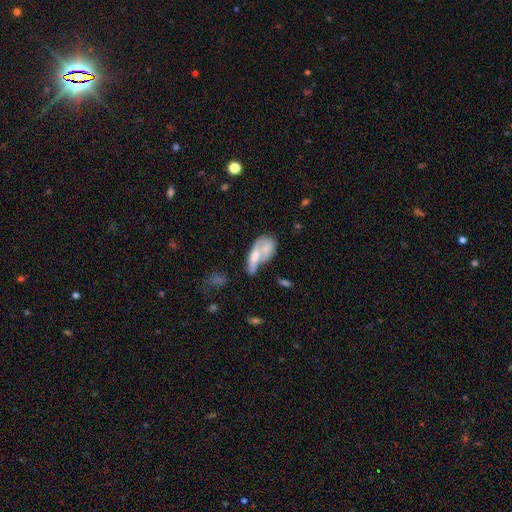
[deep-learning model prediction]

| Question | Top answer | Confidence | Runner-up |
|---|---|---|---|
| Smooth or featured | smooth | 61% | featured or disk (32%) |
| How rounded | in between | 76% | cigar-shaped (16%) |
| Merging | merger | 63% | none (16%) |